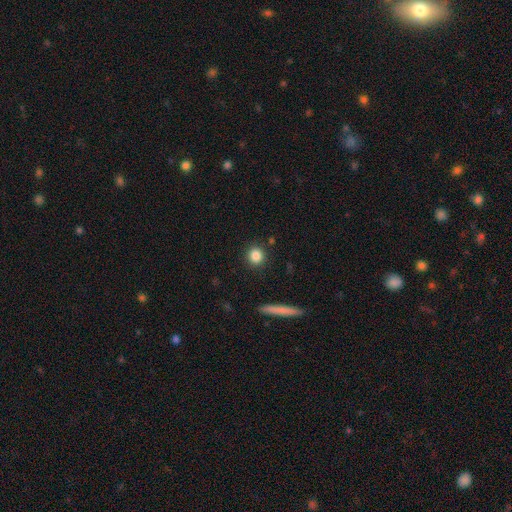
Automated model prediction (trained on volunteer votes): Smooth or featured? Predicted: smooth (p=0.84). How rounded? Predicted: round (p=0.88). Merging? Predicted: none (p=0.90).